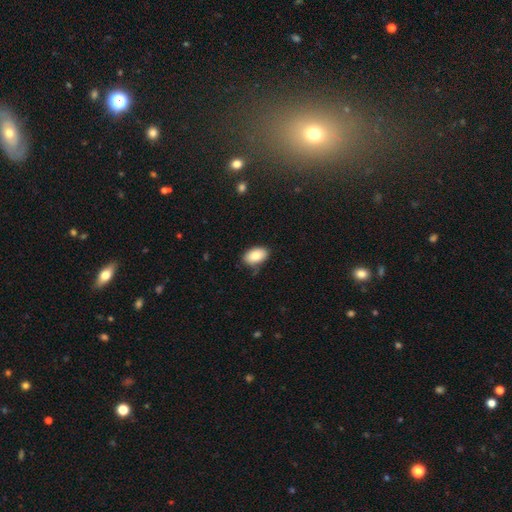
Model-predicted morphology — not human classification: Smooth or featured: smooth — 84% (featured or disk — 9%)
How rounded: in between — 93% (round — 6%)
Merging: none — 81% (minor disturbance — 14%)